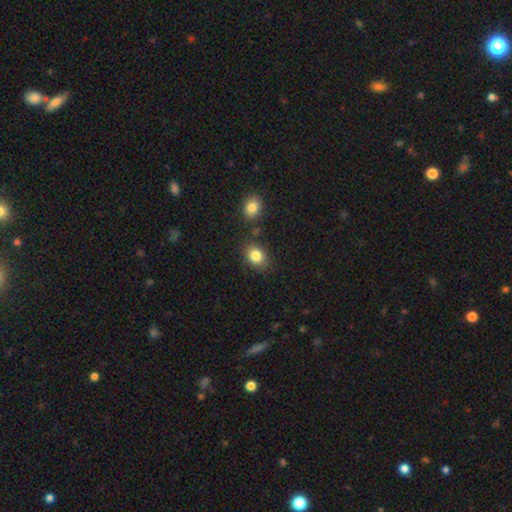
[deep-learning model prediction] smooth_or_featured: smooth (p=0.84) [alt: star or artifact p=0.09]
how_rounded: in between (p=0.62) [alt: round p=0.37]
merging: none (p=0.79) [alt: minor disturbance p=0.11]